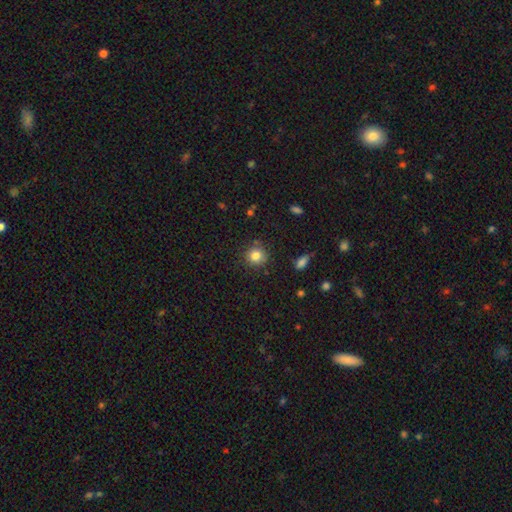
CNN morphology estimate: smooth-or-featured: smooth: 82% | star or artifact: 11% | featured or disk: 7%
  how-rounded: round: 90% | in between: 9% | cigar-shaped: 1%
  merging: none: 84% | minor disturbance: 10% | merger: 3% | major disturbance: 3%